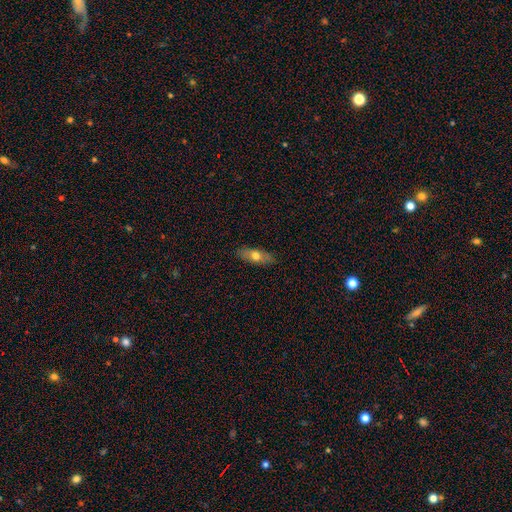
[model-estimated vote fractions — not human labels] This is likely a smooth galaxy (64%). How rounded: likely in between (70%). Merging: clearly none (86%).